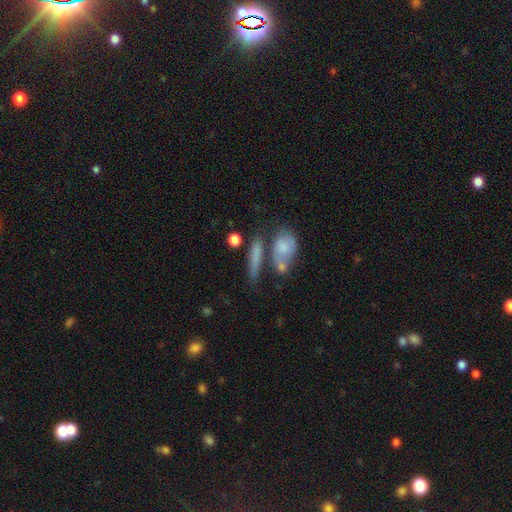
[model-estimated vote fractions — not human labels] Overall: smooth (64%; featured or disk 27%). How rounded: cigar-shaped (65%). Merging: none (53%; merger 25%).